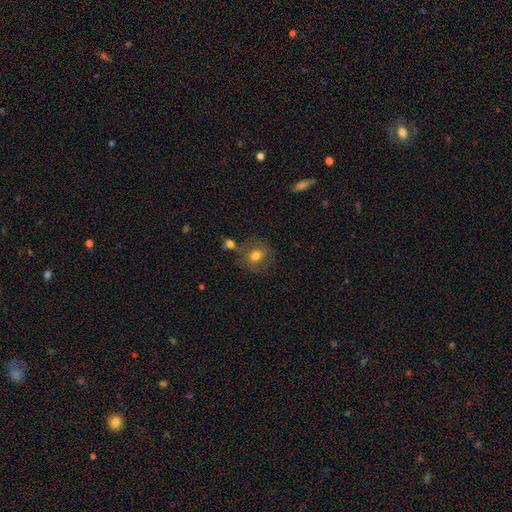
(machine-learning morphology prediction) This is likely a smooth galaxy (70%). How rounded: likely round (69%). Merging: likely none (61%).